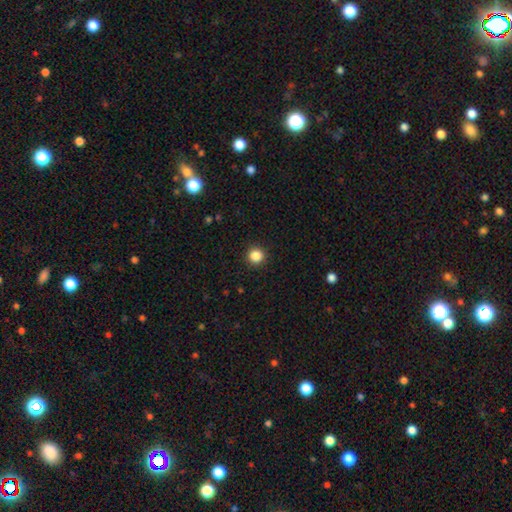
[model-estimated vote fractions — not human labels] Smooth or featured? Predicted: smooth (p=0.85). How rounded? Predicted: round (p=0.95). Merging? Predicted: none (p=0.93).